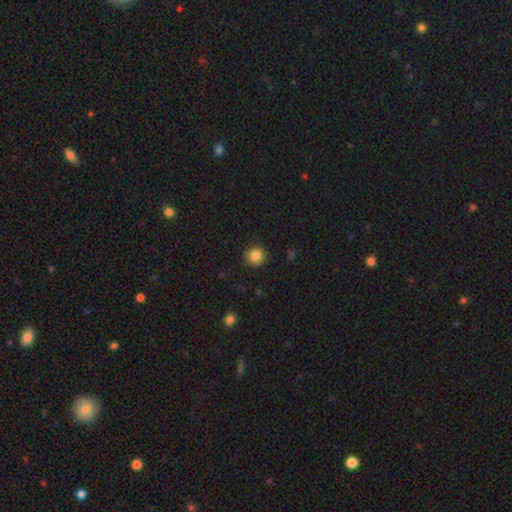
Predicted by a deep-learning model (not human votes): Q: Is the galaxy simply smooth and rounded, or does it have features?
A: smooth — 85%.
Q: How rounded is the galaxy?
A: round — 93%.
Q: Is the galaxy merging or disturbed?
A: none — 89%.